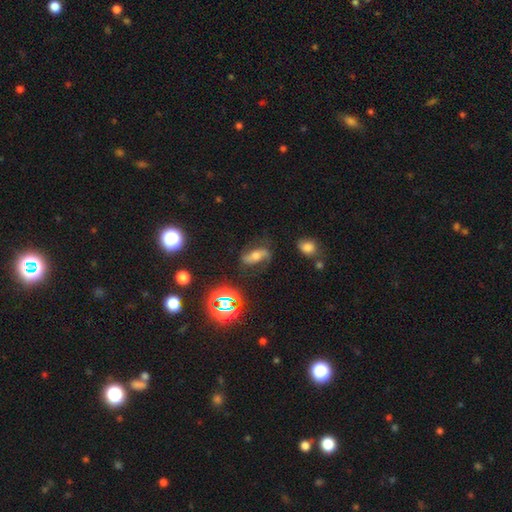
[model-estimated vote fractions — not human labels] A featured or disk galaxy (58%) with no bar (38%), spiral arms (86%) and a moderate central bulge (59%).

Vote fractions:
- Smooth or featured? featured or disk: 58% / smooth: 22% / star or artifact: 20%
- Edge-on disk? no: 88% / yes: 12%
- Bar? no: 38% / strong: 36% / weak: 26%
- Spiral arms? yes: 86% / no: 14%
- Bulge size? moderate: 59% / small: 22% / large: 12% / none: 3% / dominant: 3%
- Merging? none: 73% / minor disturbance: 17% / major disturbance: 8% / merger: 2%